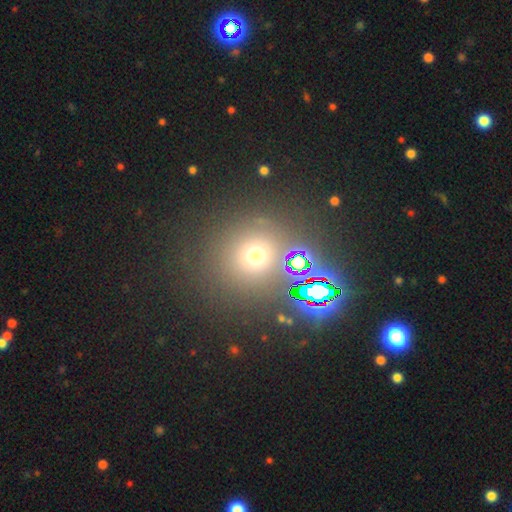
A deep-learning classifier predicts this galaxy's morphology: A smooth galaxy with no disk features (60%) that is round (91%).

Vote fractions:
- Smooth or featured? smooth: 60% / star or artifact: 31% / featured or disk: 9%
- How rounded? round: 91% / in between: 8% / cigar-shaped: 1%
- Merging? none: 80% / minor disturbance: 8% / merger: 7% / major disturbance: 5%